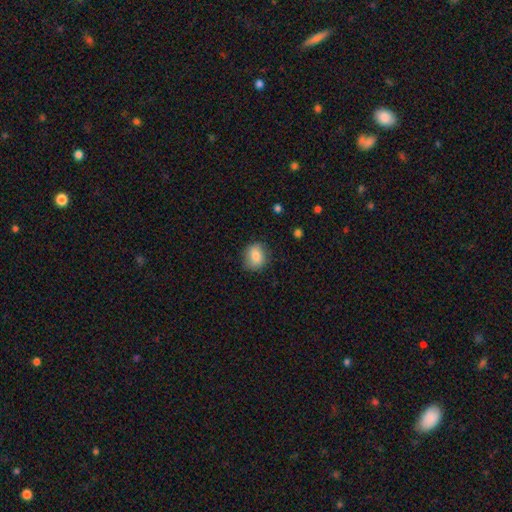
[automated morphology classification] Smooth or featured? Predicted: smooth (p=0.82). How rounded? Predicted: round (p=0.62). Merging? Predicted: none (p=0.79).